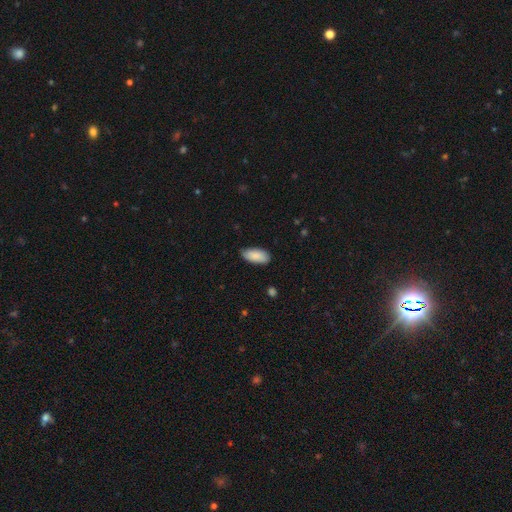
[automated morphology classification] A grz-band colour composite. It shows a smooth galaxy with no disk features (89%) that is in between round and cigar-shaped (92%). Merging: none (81%).